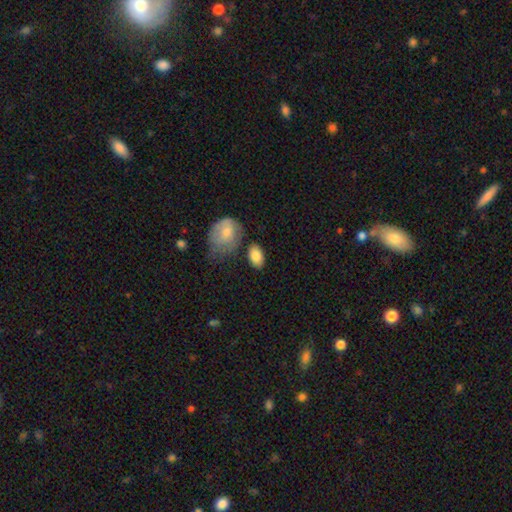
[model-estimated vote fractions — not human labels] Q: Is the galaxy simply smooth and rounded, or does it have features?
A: smooth — 85%.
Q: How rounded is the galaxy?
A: in between — 89%.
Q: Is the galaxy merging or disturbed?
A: none — 70%.